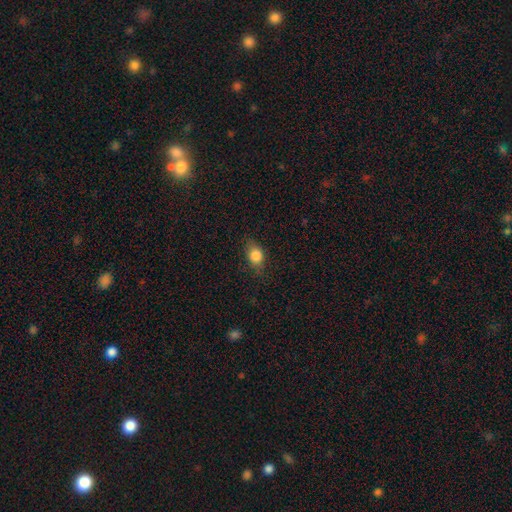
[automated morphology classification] Smooth or featured?
  - smooth: 83% *
  - star or artifact: 9%
  - featured or disk: 8%
How rounded?
  - in between: 64% *
  - round: 33%
  - cigar-shaped: 3%
Merging?
  - none: 75% *
  - minor disturbance: 20%
  - major disturbance: 5%
  - merger: 1%